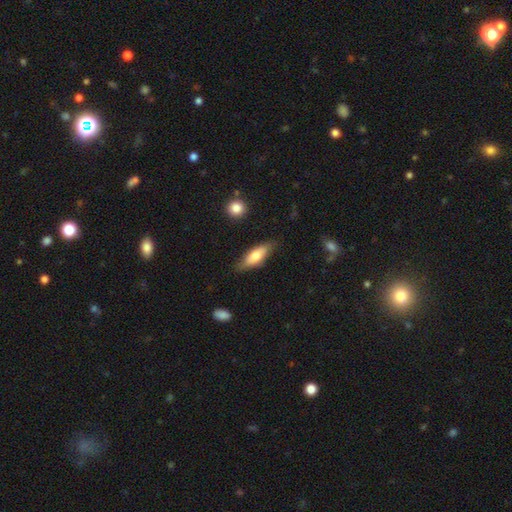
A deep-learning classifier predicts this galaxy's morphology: smooth_or_featured: smooth (p=0.65) [alt: featured or disk p=0.29]
how_rounded: in between (p=0.61) [alt: cigar-shaped p=0.36]
merging: none (p=0.76) [alt: minor disturbance p=0.19]